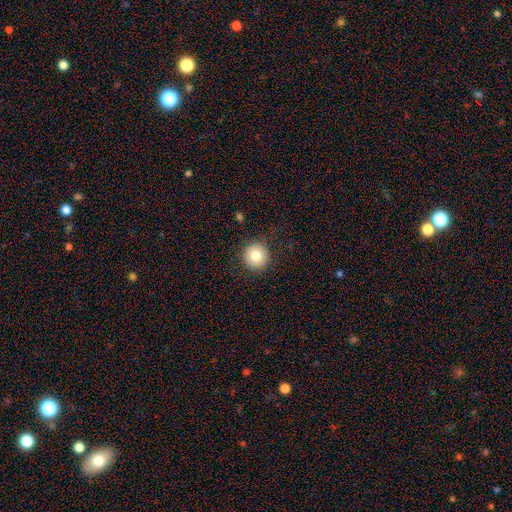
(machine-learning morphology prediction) The model was most divided on "smooth or featured": smooth: 80%, featured or disk: 10%, star or artifact: 9%. More confident: how rounded — round (95%); merging — none (89%).